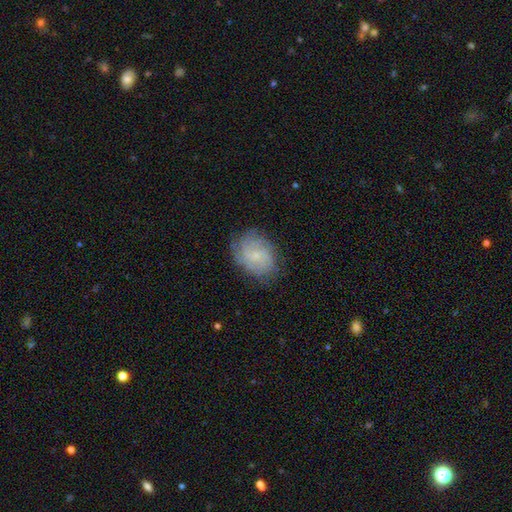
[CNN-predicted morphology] smooth-or-featured: featured or disk: 65% | smooth: 26% | star or artifact: 9%
  disk-edge-on: no: 97% | yes: 3%
    bar: no: 70% | weak: 27% | strong: 3%
    has-spiral-arms: yes: 91% | no: 9%
      spiral-winding: tight: 58% | medium: 32% | loose: 11%
      spiral-arm-count: can't tell: 44% | 3: 16% | 2: 15% | 4: 13% | more than 4: 7% | 1: 6%
    bulge-size: small: 77% | moderate: 14% | none: 7% | large: 1% | dominant: 1%
  merging: none: 76% | minor disturbance: 17% | major disturbance: 6% | merger: 1%